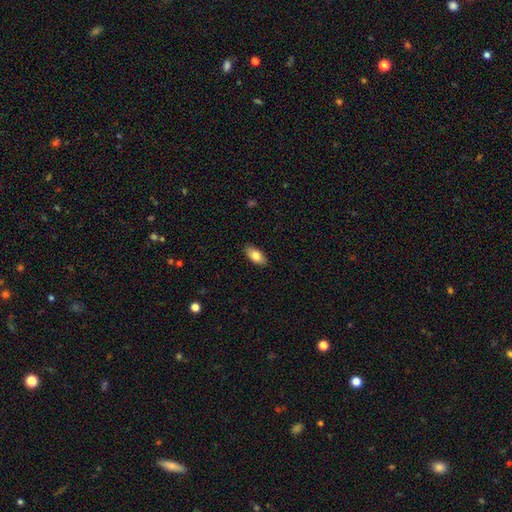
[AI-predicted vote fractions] This is clearly a smooth galaxy (80%). How rounded: clearly in between (88%). Merging: clearly none (88%).